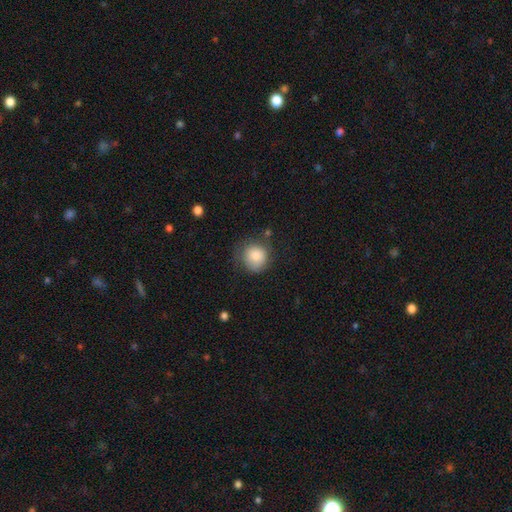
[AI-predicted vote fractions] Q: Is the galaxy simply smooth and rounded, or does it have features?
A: smooth — 84%.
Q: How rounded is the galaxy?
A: round — 86%.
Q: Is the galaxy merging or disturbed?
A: none — 61%.